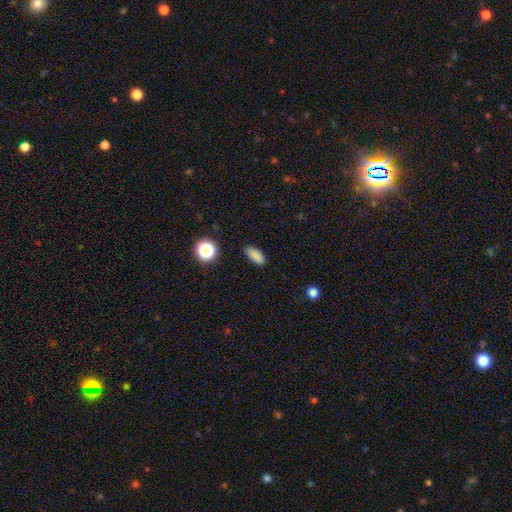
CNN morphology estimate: A smooth galaxy with no disk features (86%) that is in between round and cigar-shaped (84%). Merging: none (86%).